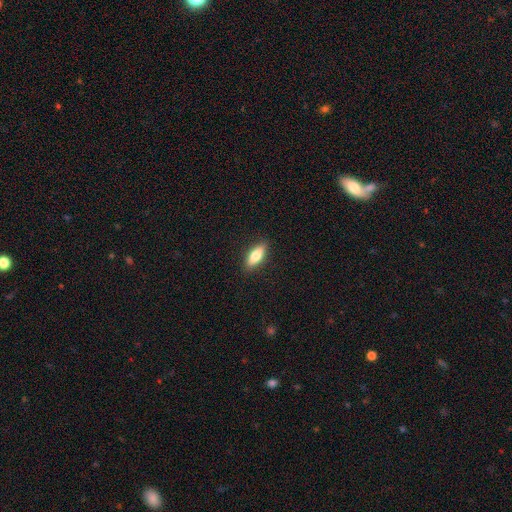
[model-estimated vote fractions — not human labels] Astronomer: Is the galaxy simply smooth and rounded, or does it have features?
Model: smooth — 76%.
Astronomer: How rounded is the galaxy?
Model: in between — 68%.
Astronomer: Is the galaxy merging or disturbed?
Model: none — 88%.